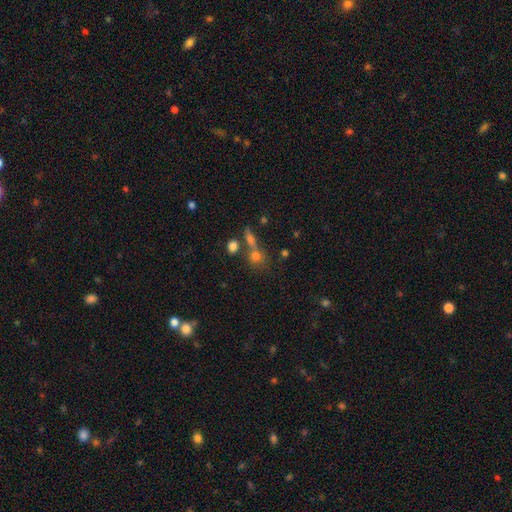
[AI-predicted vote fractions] Overall: smooth (60%; star or artifact 24%). How rounded: round (73%). Merging: none (56%; merger 30%).